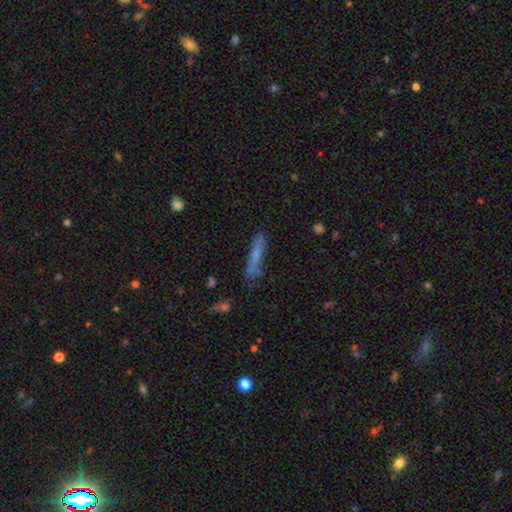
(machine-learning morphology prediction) smooth-or-featured: smooth: 62% | featured or disk: 27% | star or artifact: 11%
  how-rounded: cigar-shaped: 89% | in between: 8% | round: 2%
  merging: none: 68% | minor disturbance: 20% | major disturbance: 6% | merger: 5%